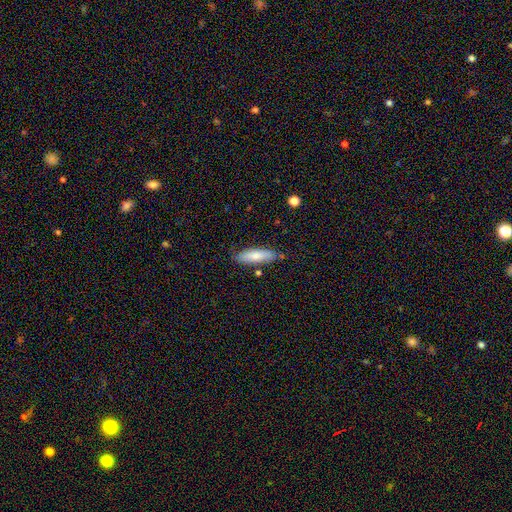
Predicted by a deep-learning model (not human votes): This appears to be a smooth galaxy with no disk features (77%) that is cigar-shaped (57%). Merging: none (80%).